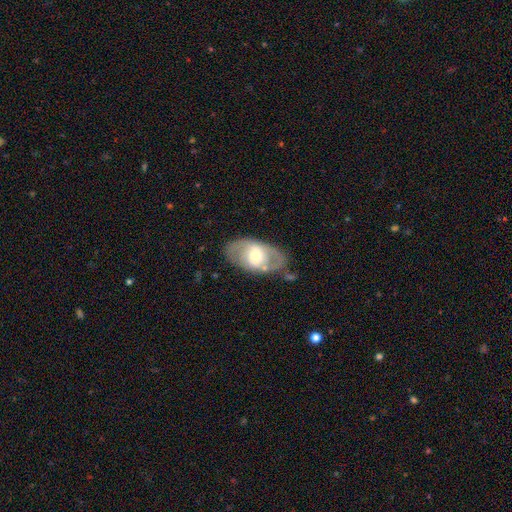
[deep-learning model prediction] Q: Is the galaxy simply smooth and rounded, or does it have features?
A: featured or disk — 59%.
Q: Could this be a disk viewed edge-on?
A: no — 91%.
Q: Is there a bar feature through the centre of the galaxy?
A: no — 42%.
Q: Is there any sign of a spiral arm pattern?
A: no — 50%, tied with yes.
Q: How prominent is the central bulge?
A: moderate — 58%.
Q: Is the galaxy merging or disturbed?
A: none — 72%.